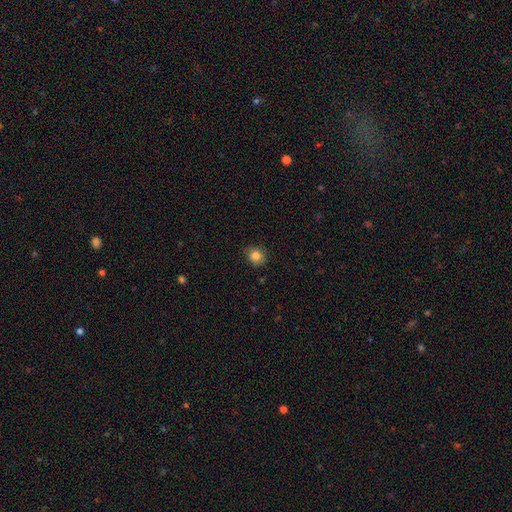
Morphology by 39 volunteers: smooth-or-featured: smooth: 87% | star or artifact: 8% | featured or disk: 5%
  how-rounded: round: 88% | in between: 12% | cigar-shaped: 0%
  merging: none: 81% | minor disturbance: 11% | major disturbance: 8% | merger: 0%